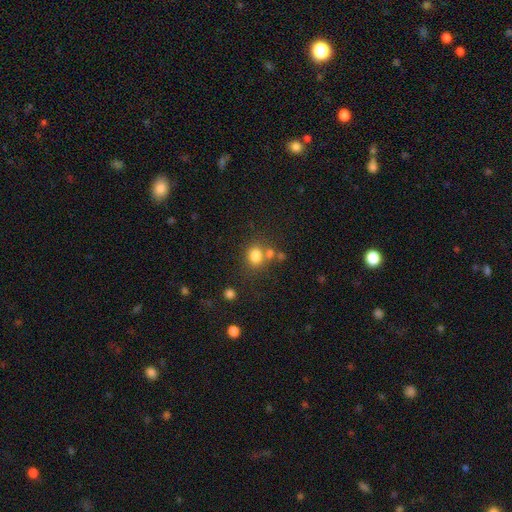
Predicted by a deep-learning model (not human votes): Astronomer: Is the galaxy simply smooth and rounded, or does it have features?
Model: smooth — 79%.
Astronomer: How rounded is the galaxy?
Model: round — 66%.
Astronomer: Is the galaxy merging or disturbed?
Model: none — 61%.